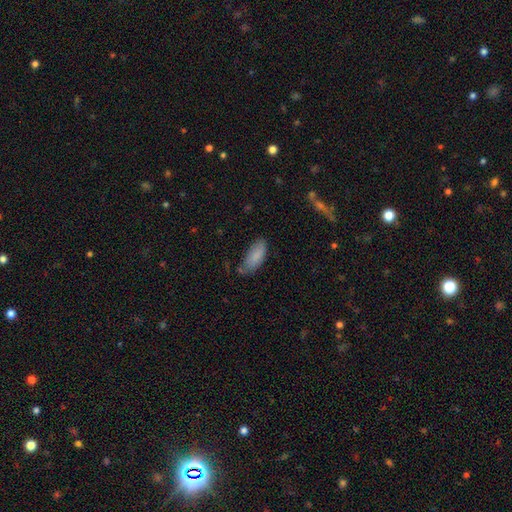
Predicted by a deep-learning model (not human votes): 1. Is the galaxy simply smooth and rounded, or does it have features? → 86% smooth, 8% featured or disk, 7% star or artifact.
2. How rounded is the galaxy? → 85% in between, 13% cigar-shaped, 2% round.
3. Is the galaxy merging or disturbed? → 60% none, 29% minor disturbance, 7% major disturbance, 5% merger.